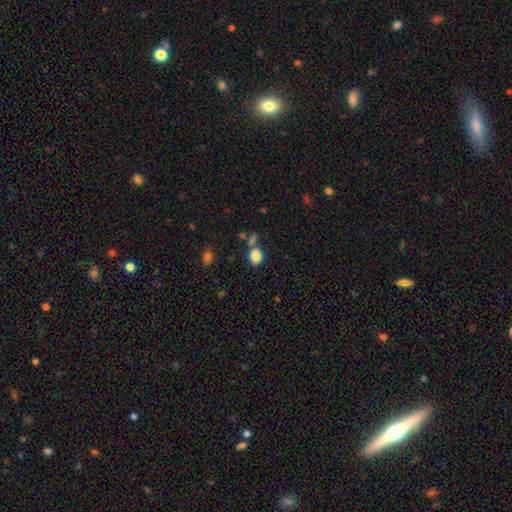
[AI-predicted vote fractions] Smooth or featured? Predicted: smooth (p=0.85). How rounded? Predicted: round (p=0.51). Merging? Predicted: none (p=0.65).